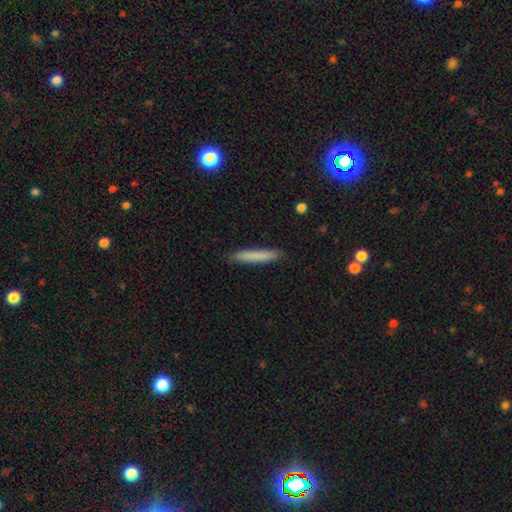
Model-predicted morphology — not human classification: type=smooth (79%); roundness=cigar-shaped (94%); merging=none (89%).